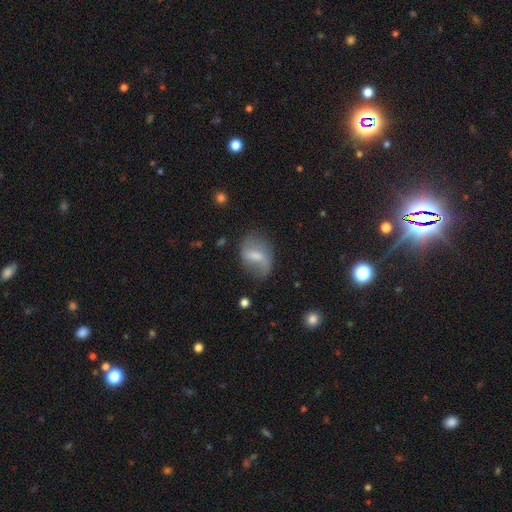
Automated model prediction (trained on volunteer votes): Smooth or featured? Predicted: featured or disk (p=0.54). Edge-on disk? Predicted: no (p=0.95). Bar? Predicted: weak (p=0.49). Spiral arms? Predicted: yes (p=0.73). Bulge size? Predicted: moderate (p=0.39). Merging? Predicted: none (p=0.54).